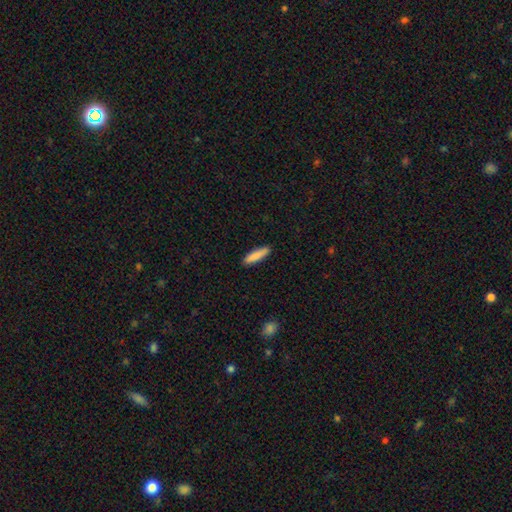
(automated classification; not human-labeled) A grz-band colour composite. It shows a smooth galaxy with no disk features (86%) that is cigar-shaped (79%). Merging: none (89%).